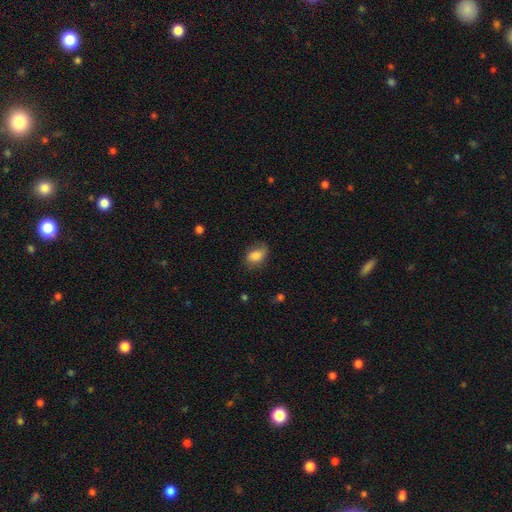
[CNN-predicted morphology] Q: Smooth or featured?
A: smooth (81%); runner-up: featured or disk (11%)
Q: How rounded?
A: in between (84%); runner-up: round (14%)
Q: Merging?
A: none (68%); runner-up: minor disturbance (24%)